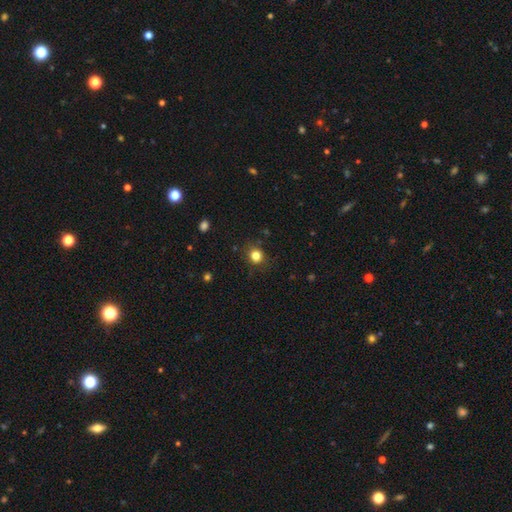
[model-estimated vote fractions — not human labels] smooth_or_featured: smooth (p=0.81) [alt: star or artifact p=0.13]
how_rounded: round (p=0.83) [alt: in between p=0.16]
merging: none (p=0.85) [alt: minor disturbance p=0.11]